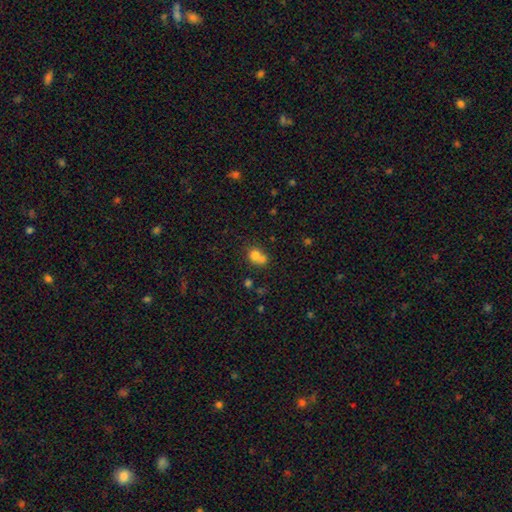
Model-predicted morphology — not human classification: This is likely a smooth galaxy (74%). How rounded: likely round (69%). Merging: possibly merger (56%).